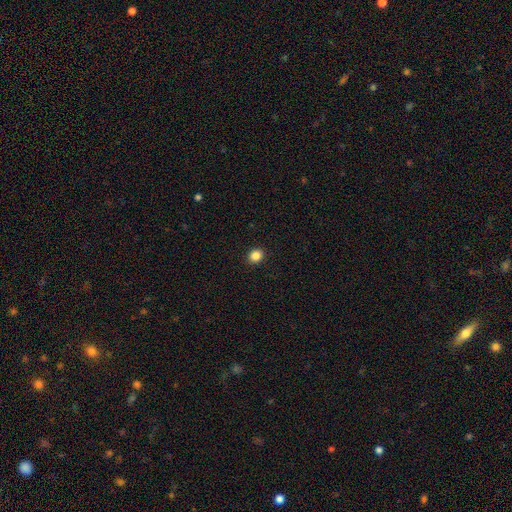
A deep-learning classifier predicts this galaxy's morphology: This appears to be a smooth galaxy with no disk features (86%) that is round (73%). Merging: none (93%).